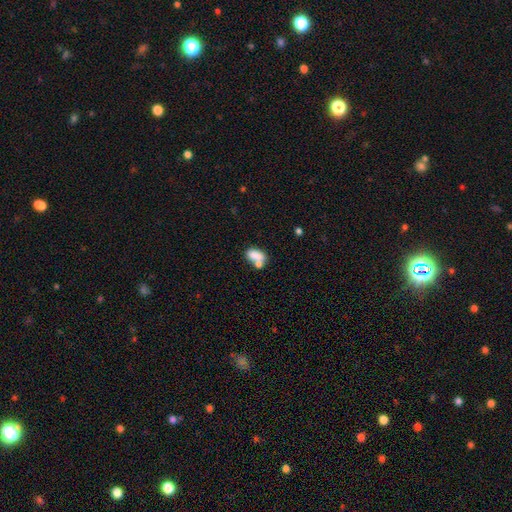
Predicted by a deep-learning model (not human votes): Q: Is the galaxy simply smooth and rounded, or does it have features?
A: smooth — 77%.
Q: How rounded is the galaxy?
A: in between — 87%.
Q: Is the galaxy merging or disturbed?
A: merger — 46%.